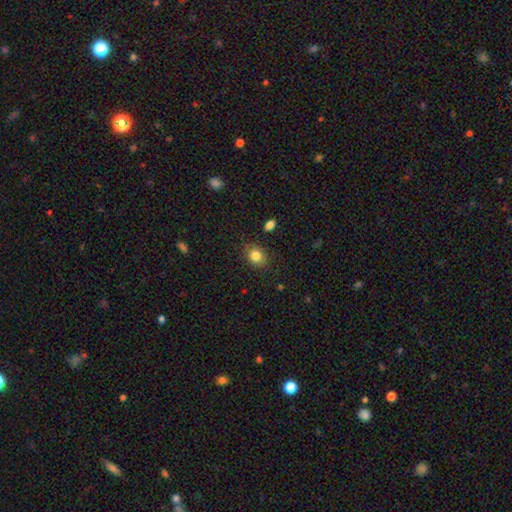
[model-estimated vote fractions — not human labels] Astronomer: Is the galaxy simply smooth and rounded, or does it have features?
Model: smooth — 83%.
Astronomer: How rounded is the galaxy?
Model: round — 55% (runner-up: in between, 44%).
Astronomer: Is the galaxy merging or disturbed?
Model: none — 84%.